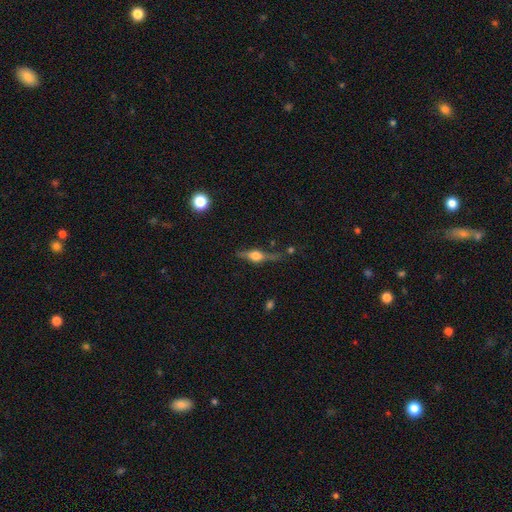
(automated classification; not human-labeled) smooth_or_featured: featured or disk (p=0.74) [alt: smooth p=0.18]
disk_edge_on: yes (p=0.96) [alt: no p=0.04]
edge_on_bulge: rounded (p=0.94) [alt: boxy p=0.05]
merging: none (p=0.76) [alt: minor disturbance p=0.15]